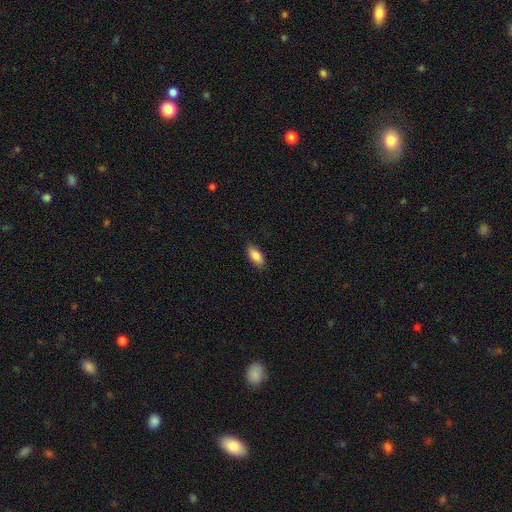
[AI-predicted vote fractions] This is clearly a smooth galaxy (86%). How rounded: clearly in between (89%). Merging: clearly none (87%).